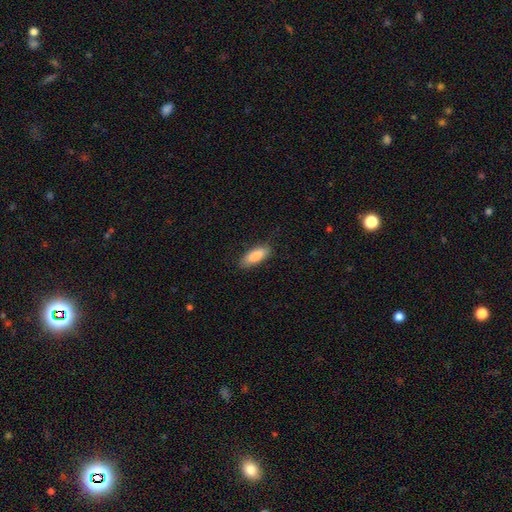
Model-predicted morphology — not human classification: A smooth galaxy with no disk features (86%) that is in between round and cigar-shaped (75%).

Vote fractions:
- Smooth or featured? smooth: 86% / featured or disk: 8% / star or artifact: 6%
- How rounded? in between: 75% / cigar-shaped: 24% / round: 2%
- Merging? none: 81% / minor disturbance: 15% / major disturbance: 3% / merger: 1%